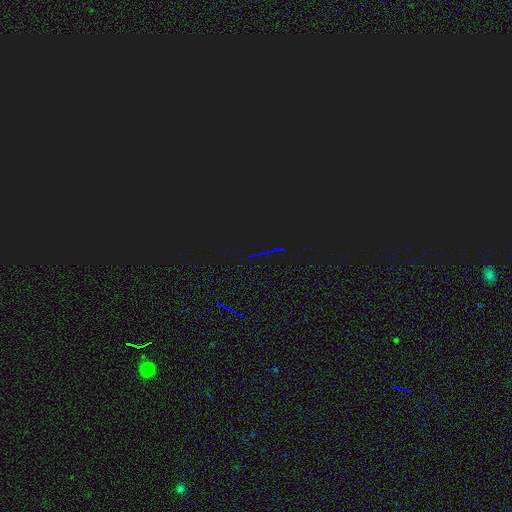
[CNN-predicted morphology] smooth-or-featured: star or artifact: 85% | smooth: 8% | featured or disk: 8%